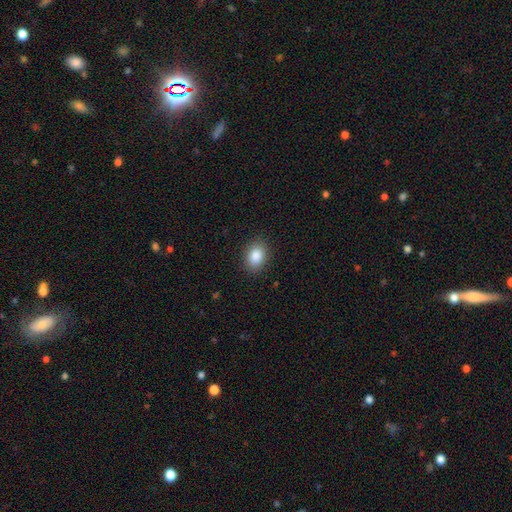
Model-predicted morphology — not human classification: Smooth or featured? smooth (87%)
How rounded? in between (75%)
Merging? none (87%)